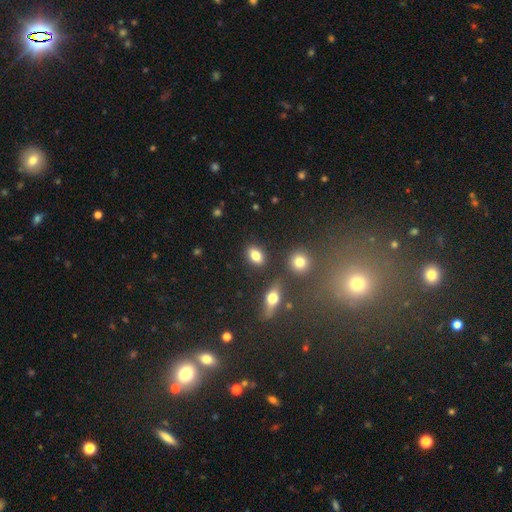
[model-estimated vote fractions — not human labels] The model was most divided on "how rounded": in between: 81%, round: 15%, cigar-shaped: 3%. More confident: merging — none (84%); smooth or featured — smooth (79%).